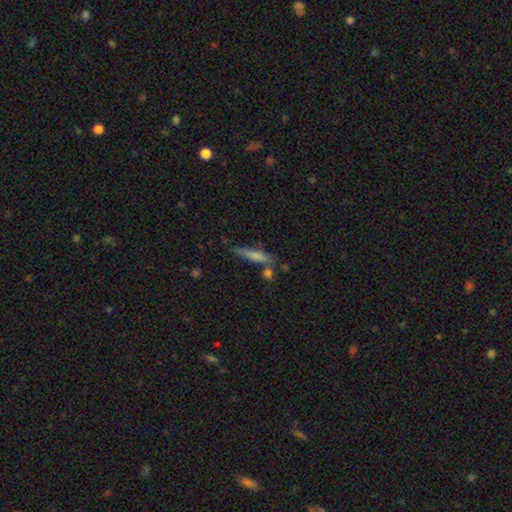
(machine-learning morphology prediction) A smooth galaxy with no disk features (71%) that is cigar-shaped (87%). Merging: none (64%).